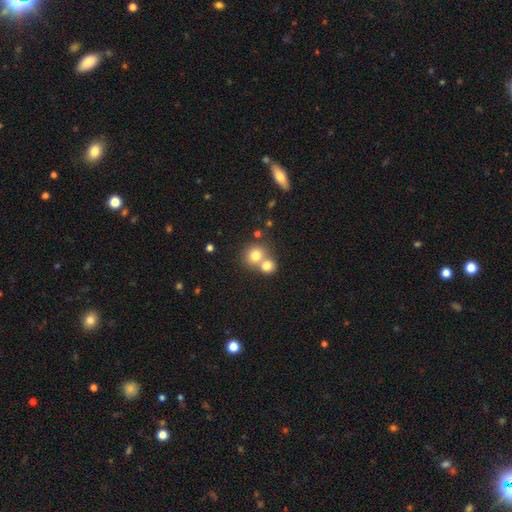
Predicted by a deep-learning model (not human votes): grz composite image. It shows a smooth galaxy with no disk features (77%) that is round (79%). Merging: merger (52%).